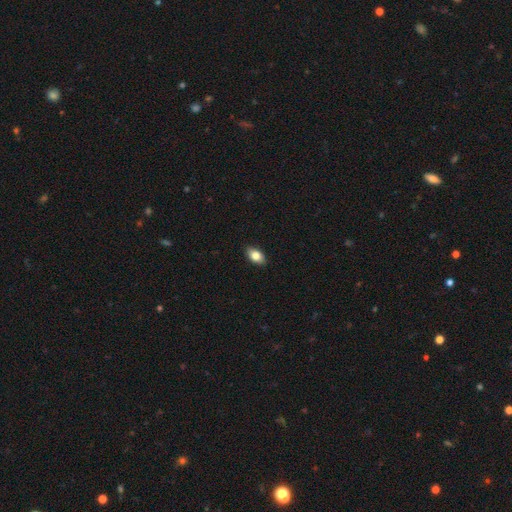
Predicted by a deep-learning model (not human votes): Overall: smooth (79%). How rounded: in between (89%). Merging: none (89%).